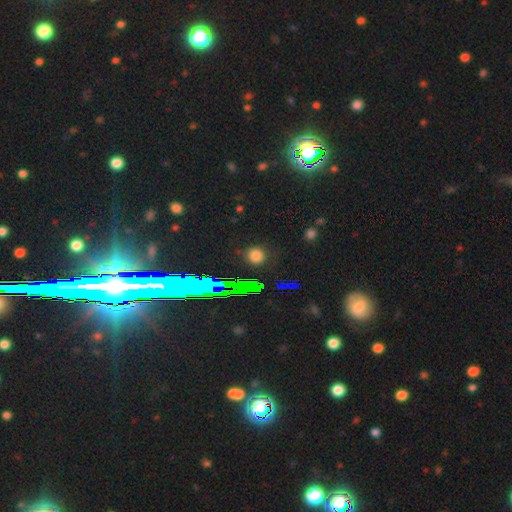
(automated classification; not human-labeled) smooth_or_featured: smooth (p=0.68) [alt: star or artifact p=0.25]
how_rounded: round (p=0.89) [alt: in between p=0.09]
merging: none (p=0.86) [alt: minor disturbance p=0.08]